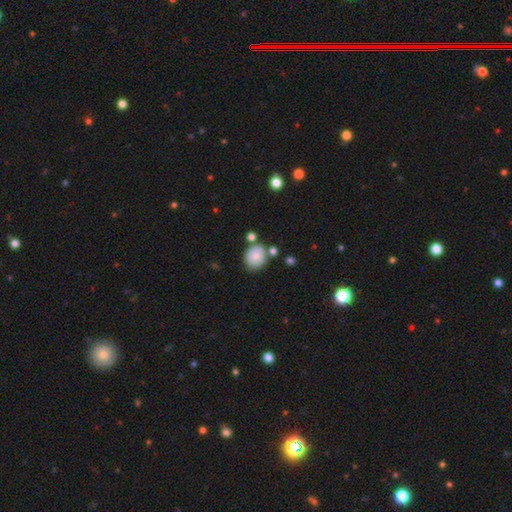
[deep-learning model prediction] A smooth galaxy with no disk features (79%) that is round (60%).

Vote fractions:
- Smooth or featured? smooth: 79% / featured or disk: 12% / star or artifact: 8%
- How rounded? round: 60% / in between: 39% / cigar-shaped: 1%
- Merging? none: 66% / minor disturbance: 17% / merger: 12% / major disturbance: 4%